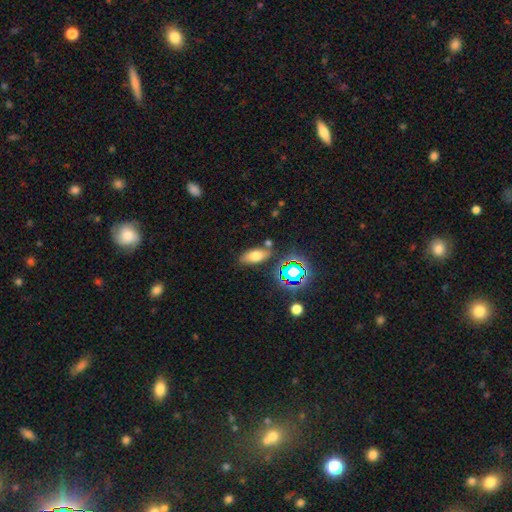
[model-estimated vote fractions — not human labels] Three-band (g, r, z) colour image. It shows a smooth galaxy with no disk features (64%) that is in between round and cigar-shaped (78%). Merging: none (76%).